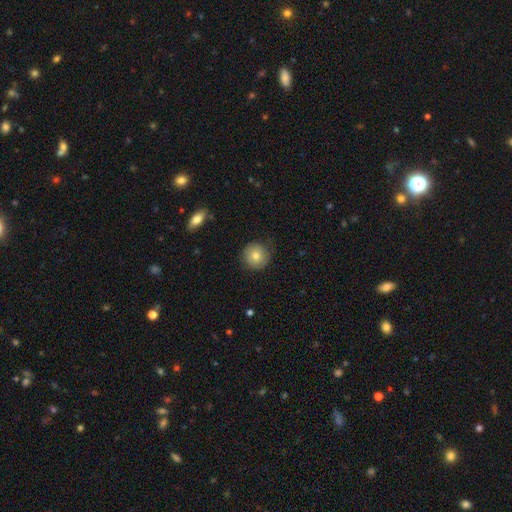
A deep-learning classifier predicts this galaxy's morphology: Smooth or featured: smooth — 75% (featured or disk — 16%)
How rounded: round — 94% (in between — 5%)
Merging: none — 82% (minor disturbance — 13%)